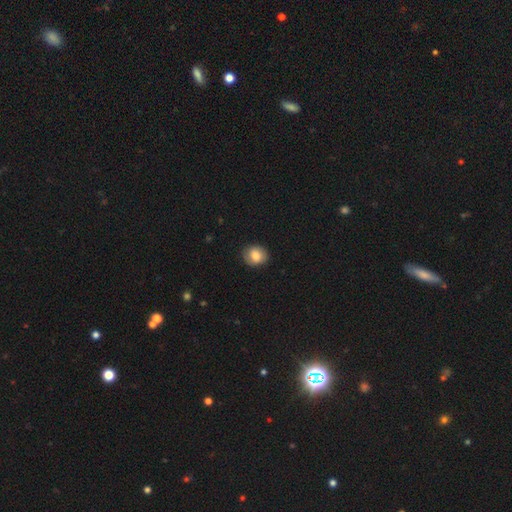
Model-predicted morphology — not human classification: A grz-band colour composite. It shows a smooth galaxy with no disk features (79%) that is round (70%). Merging: none (87%).